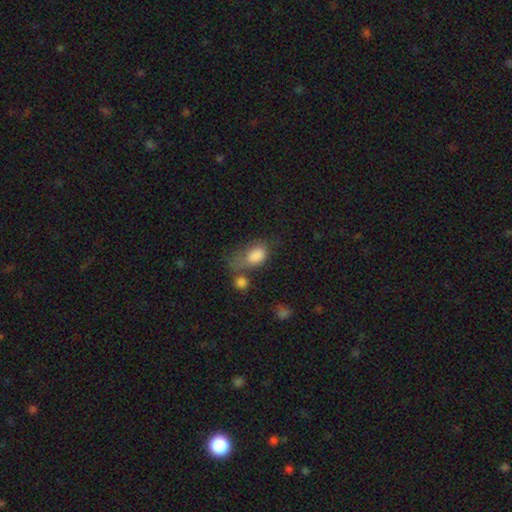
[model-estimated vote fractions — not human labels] smooth_or_featured: smooth (p=0.80) [alt: featured or disk p=0.11]
how_rounded: in between (p=0.85) [alt: round p=0.13]
merging: major disturbance (p=0.31) [alt: none p=0.23]